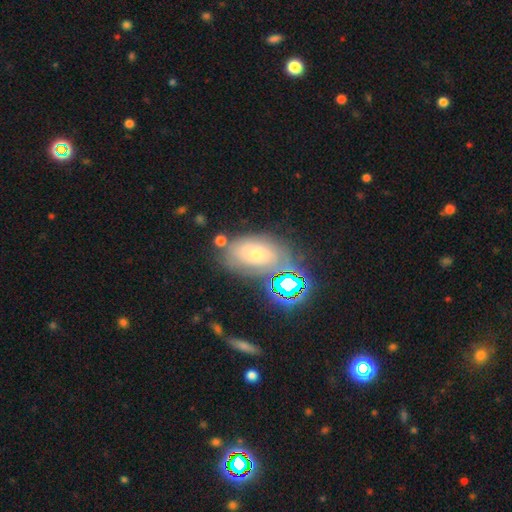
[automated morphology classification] featured or disk 38%, smooth 34%, star or artifact 28%. Down the decision tree: merging — none (64%).